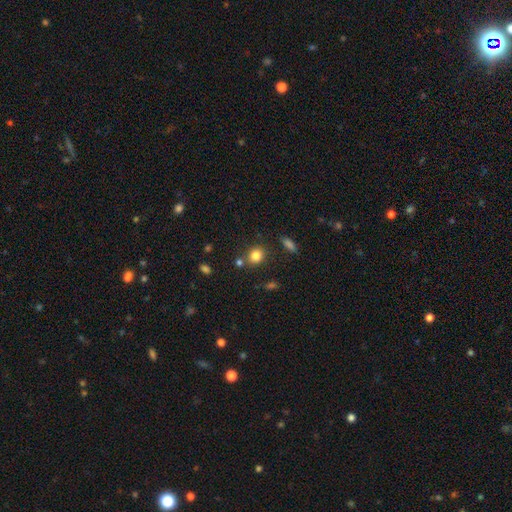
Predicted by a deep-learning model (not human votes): Q: Smooth or featured?
A: smooth (82%); runner-up: star or artifact (11%)
Q: How rounded?
A: round (68%); runner-up: in between (31%)
Q: Merging?
A: none (74%); runner-up: merger (11%)